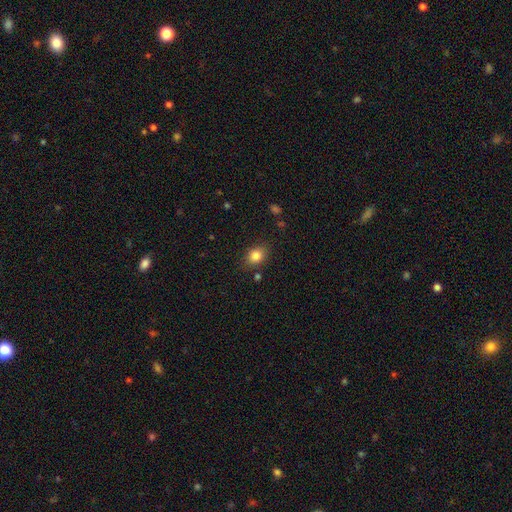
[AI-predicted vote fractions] Smooth or featured?
  - smooth: 83% *
  - star or artifact: 10%
  - featured or disk: 7%
How rounded?
  - in between: 57% *
  - round: 42%
  - cigar-shaped: 1%
Merging?
  - none: 81% *
  - minor disturbance: 13%
  - major disturbance: 3%
  - merger: 2%